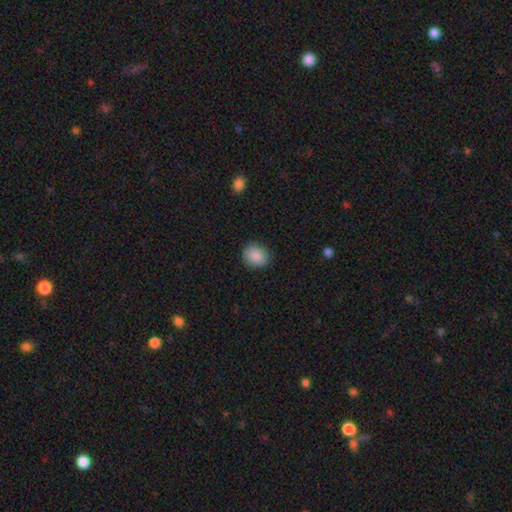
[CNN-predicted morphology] Q: Smooth or featured?
A: smooth (89%); runner-up: star or artifact (7%)
Q: How rounded?
A: round (69%); runner-up: in between (30%)
Q: Merging?
A: none (86%); runner-up: minor disturbance (10%)